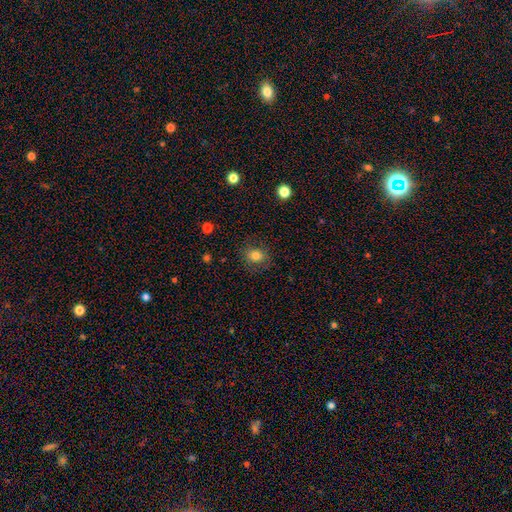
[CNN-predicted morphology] Smooth or featured? Predicted: smooth (p=0.79). How rounded? Predicted: round (p=0.62). Merging? Predicted: none (p=0.80).